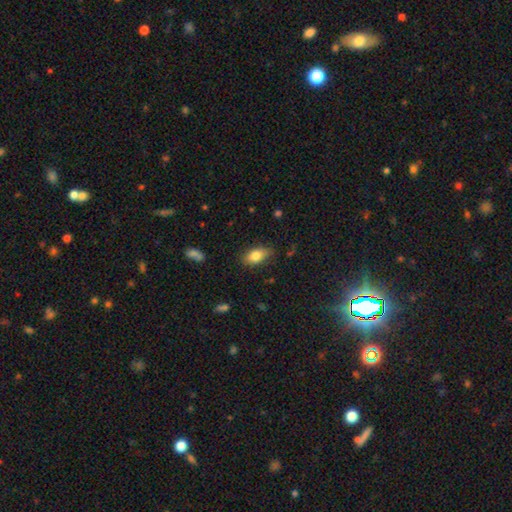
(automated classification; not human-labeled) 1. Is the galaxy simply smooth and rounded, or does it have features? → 81% smooth, 11% featured or disk, 8% star or artifact.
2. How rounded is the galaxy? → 89% in between, 8% round, 4% cigar-shaped.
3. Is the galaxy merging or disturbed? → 81% none, 15% minor disturbance, 3% major disturbance, 1% merger.